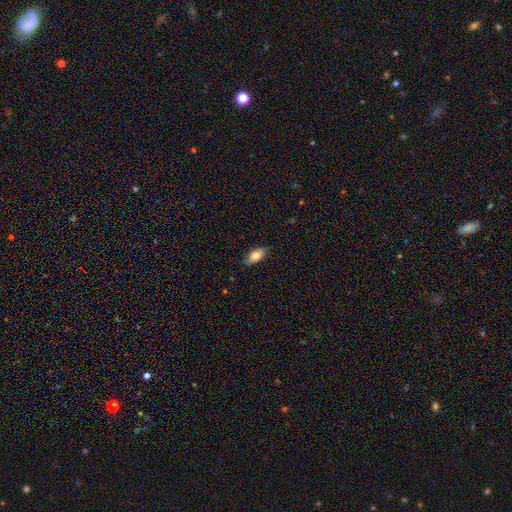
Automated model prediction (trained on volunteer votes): smooth 82%, featured or disk 11%, star or artifact 7%. Down the decision tree: how rounded — in between (91%); merging — none (83%).